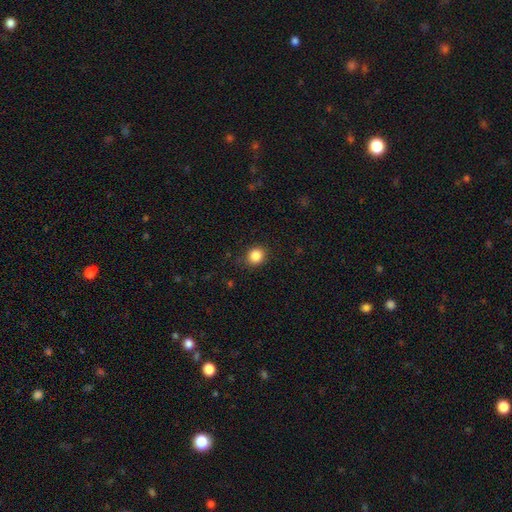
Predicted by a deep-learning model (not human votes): Smooth or featured?
  - smooth: 86% *
  - star or artifact: 10%
  - featured or disk: 4%
How rounded?
  - round: 77% *
  - in between: 22%
  - cigar-shaped: 1%
Merging?
  - none: 88% *
  - minor disturbance: 9%
  - major disturbance: 3%
  - merger: 1%